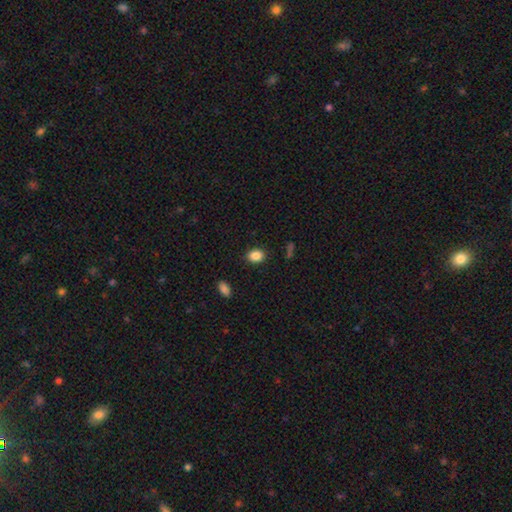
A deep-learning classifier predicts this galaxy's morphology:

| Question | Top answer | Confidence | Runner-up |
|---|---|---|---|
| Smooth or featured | smooth | 87% | star or artifact (9%) |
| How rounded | in between | 57% | round (42%) |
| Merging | none | 88% | minor disturbance (8%) |